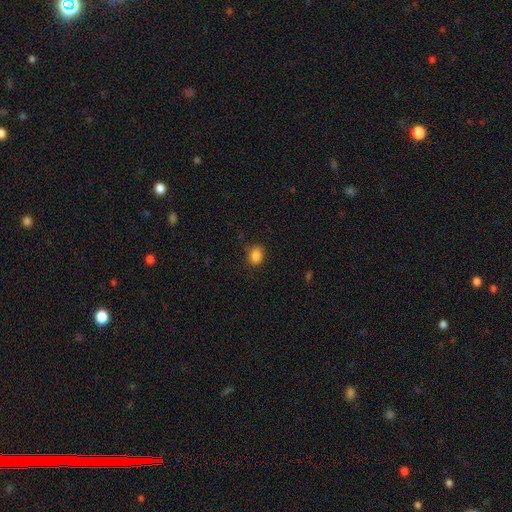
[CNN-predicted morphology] This is clearly a smooth galaxy (85%). How rounded: possibly in between (53%). Merging: likely none (79%).